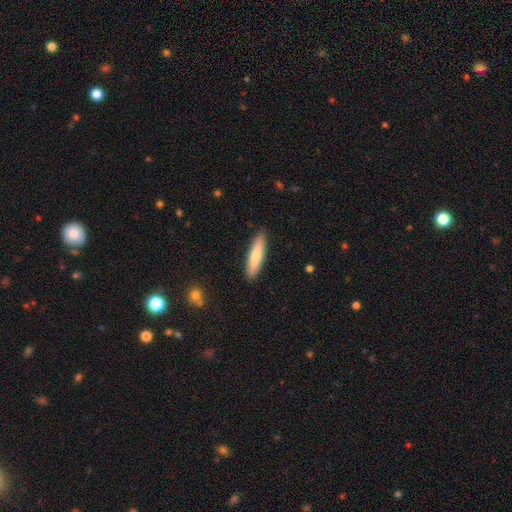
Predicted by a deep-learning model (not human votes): A smooth galaxy with no disk features (76%) that is cigar-shaped (76%). Merging: none (89%).